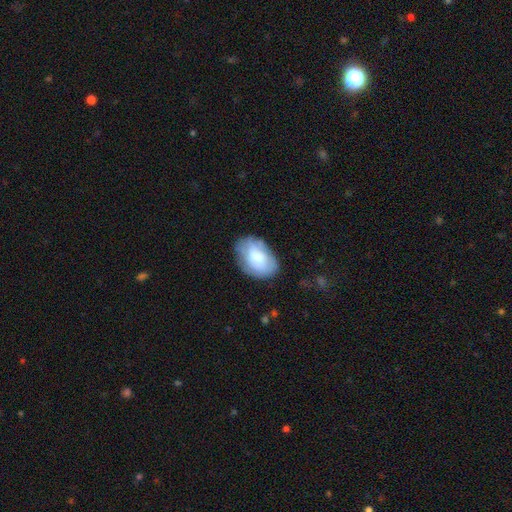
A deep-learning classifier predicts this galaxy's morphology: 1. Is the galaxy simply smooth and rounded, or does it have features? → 68% smooth, 25% featured or disk, 7% star or artifact.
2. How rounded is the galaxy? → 88% in between, 10% round, 1% cigar-shaped.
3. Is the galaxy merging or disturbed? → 66% none, 24% minor disturbance, 8% major disturbance, 2% merger.